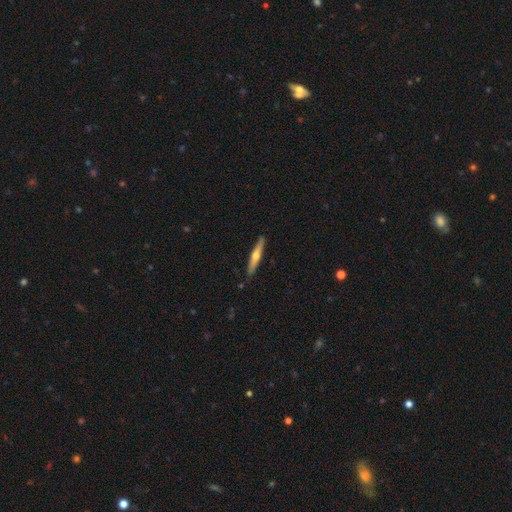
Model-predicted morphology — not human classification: smooth_or_featured: featured or disk (p=0.51) [alt: smooth p=0.43]
disk_edge_on: yes (p=0.95) [alt: no p=0.05]
merging: none (p=0.89) [alt: minor disturbance p=0.08]